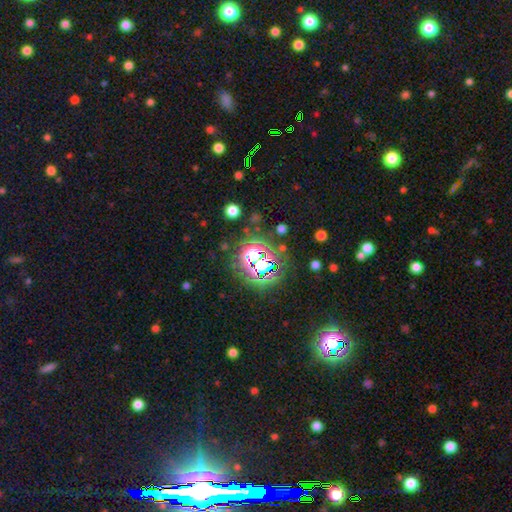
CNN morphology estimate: Smooth or featured? Predicted: star or artifact (p=0.69).